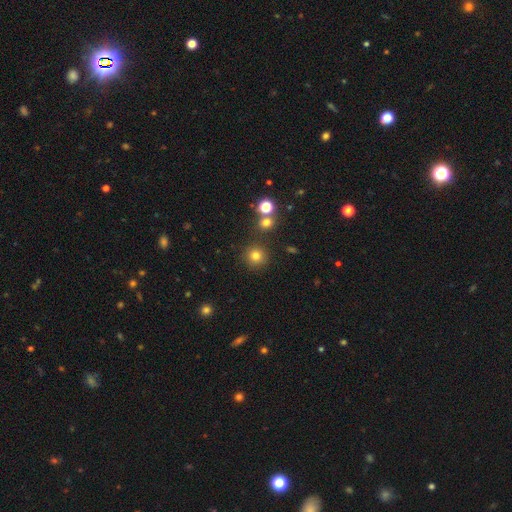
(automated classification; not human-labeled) Overall: smooth (77%). How rounded: round (94%). Merging: none (85%).